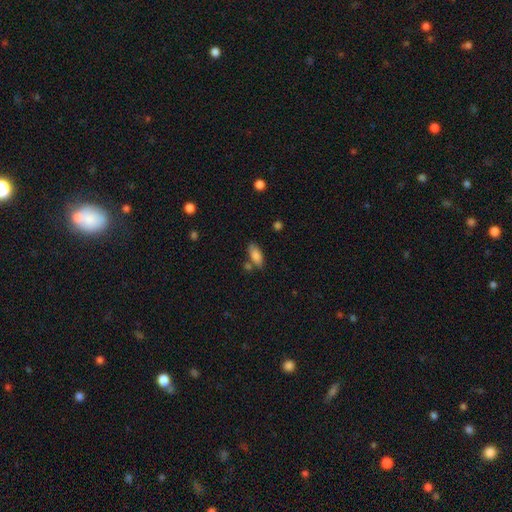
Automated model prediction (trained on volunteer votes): This is clearly a smooth galaxy (85%). How rounded: clearly in between (85%). Merging: likely none (69%).